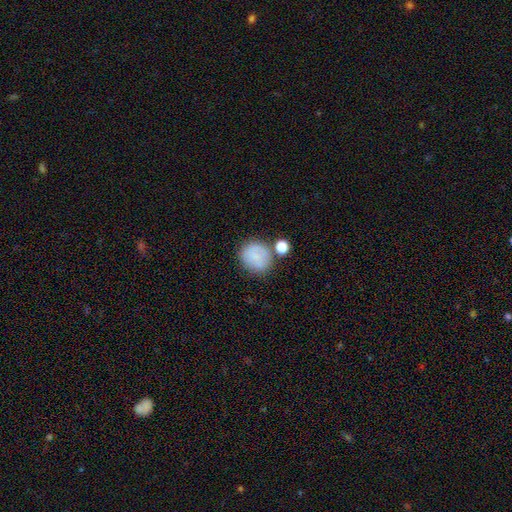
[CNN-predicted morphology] Smooth or featured? smooth (78%)
How rounded? round (82%)
Merging? none (61%)